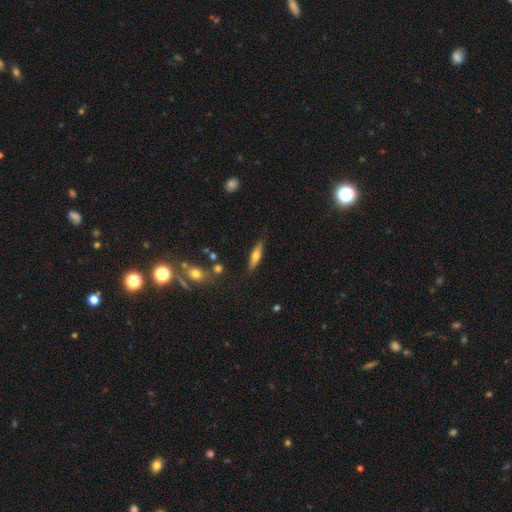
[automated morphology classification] smooth_or_featured: smooth (p=0.47) [alt: featured or disk p=0.46]
merging: none (p=0.84) [alt: minor disturbance p=0.10]